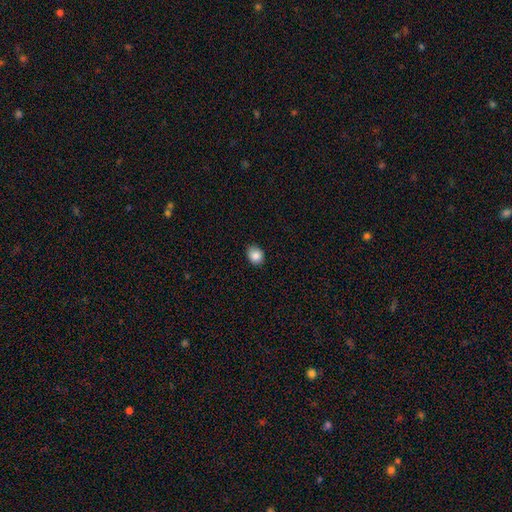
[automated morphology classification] Smooth or featured? smooth (87%)
How rounded? round (57%)
Merging? none (87%)